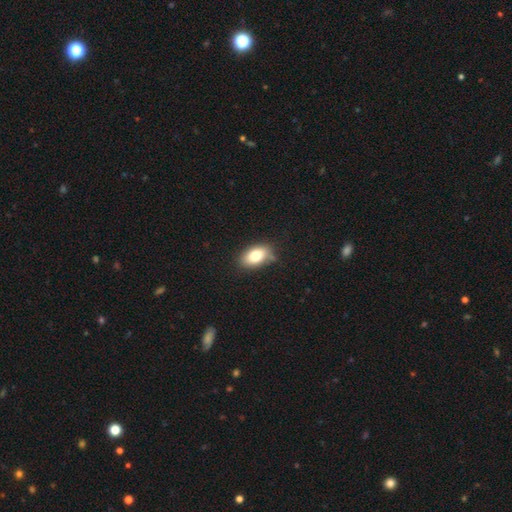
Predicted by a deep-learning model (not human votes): smooth 78%, featured or disk 14%, star or artifact 8%. Down the decision tree: how rounded — in between (89%); merging — none (79%).